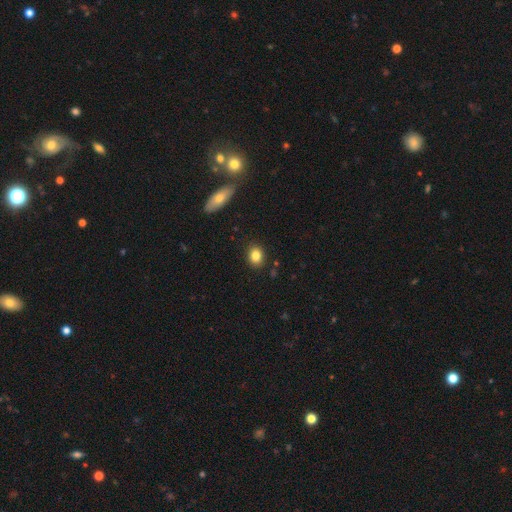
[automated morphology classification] This appears to be a smooth galaxy with no disk features (83%) that is round (53%). Merging: none (88%).